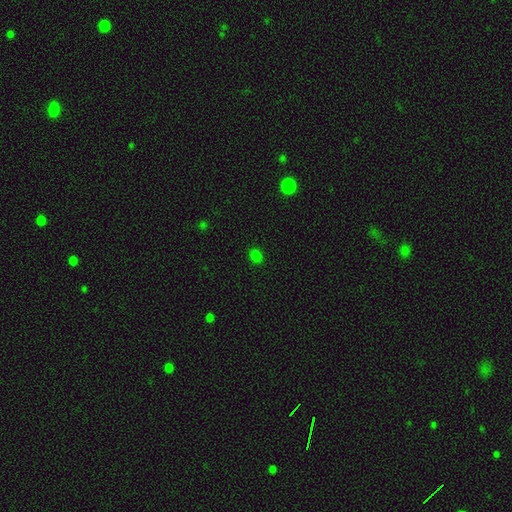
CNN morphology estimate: Smooth or featured: smooth — 78% (star or artifact — 19%)
How rounded: round — 63% (in between — 36%)
Merging: none — 89% (minor disturbance — 7%)